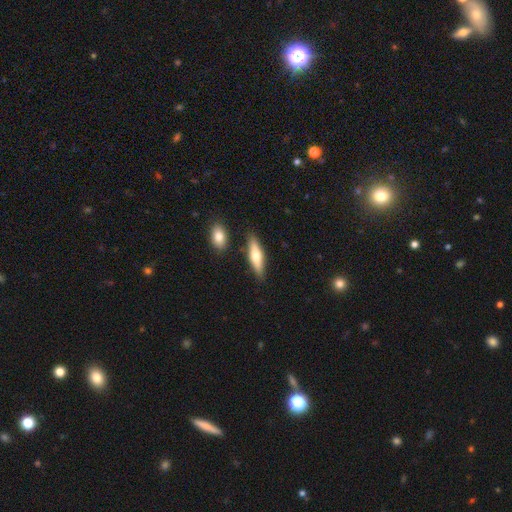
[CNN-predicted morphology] This appears to be a smooth galaxy with no disk features (59%) that is cigar-shaped (61%). Merging: none (83%).